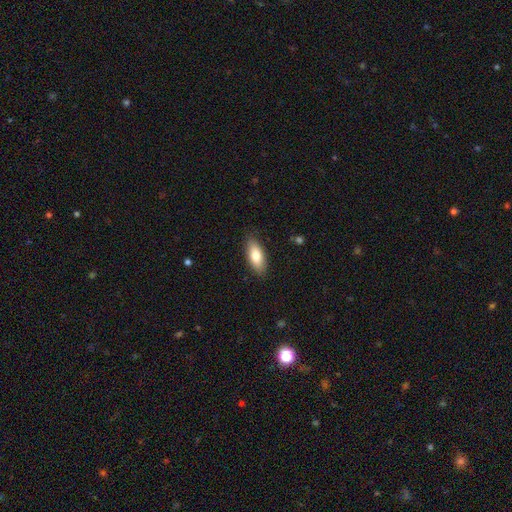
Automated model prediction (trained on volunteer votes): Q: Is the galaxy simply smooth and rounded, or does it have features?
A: smooth — 80%.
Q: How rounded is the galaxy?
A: in between — 80%.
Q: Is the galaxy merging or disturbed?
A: none — 86%.